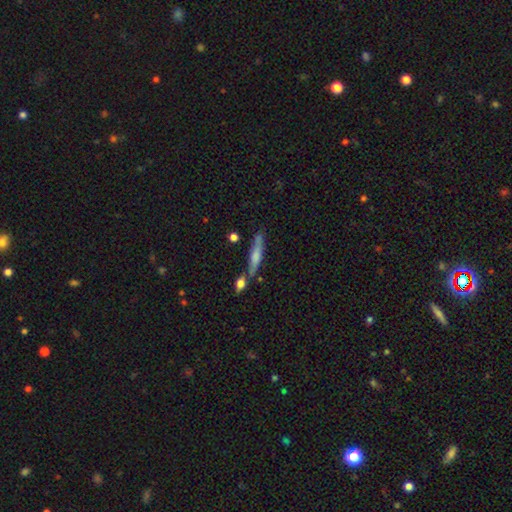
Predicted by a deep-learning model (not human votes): smooth-or-featured: smooth: 53% | featured or disk: 40% | star or artifact: 7%
  how-rounded: cigar-shaped: 86% | in between: 12% | round: 2%
  merging: none: 65% | merger: 16% | minor disturbance: 15% | major disturbance: 4%